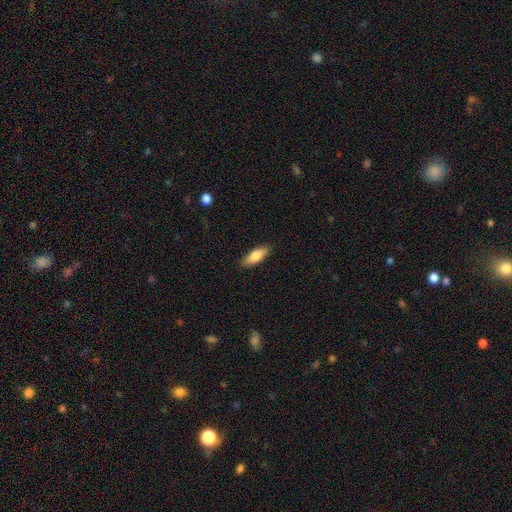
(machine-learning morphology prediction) Smooth or featured? smooth (79%)
How rounded? in between (61%)
Merging? none (88%)